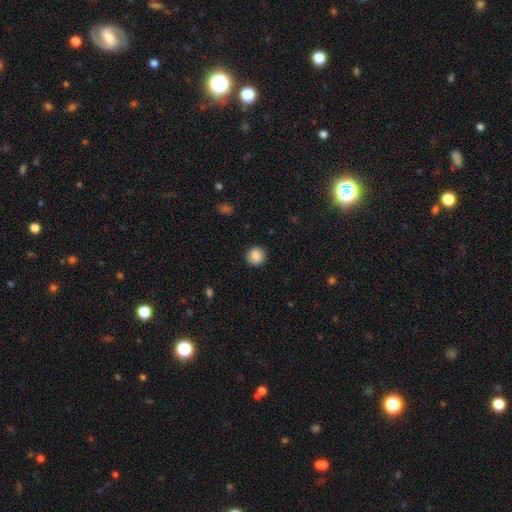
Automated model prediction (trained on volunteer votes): Morphology: type=smooth (87%); roundness=round (93%); merging=none (91%).